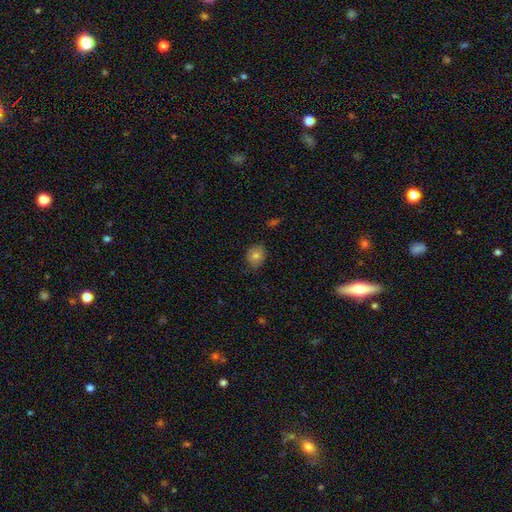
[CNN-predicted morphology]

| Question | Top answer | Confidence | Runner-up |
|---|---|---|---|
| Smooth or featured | smooth | 80% | star or artifact (10%) |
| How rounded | round | 67% | in between (32%) |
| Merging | none | 80% | minor disturbance (16%) |